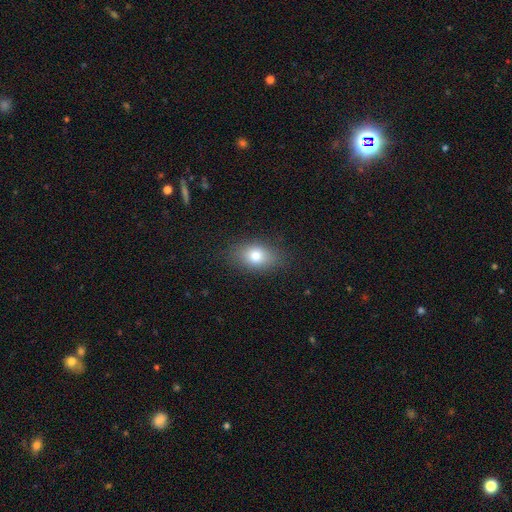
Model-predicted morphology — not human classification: Smooth or featured?
  - smooth: 79% *
  - featured or disk: 11%
  - star or artifact: 10%
How rounded?
  - in between: 78% *
  - round: 20%
  - cigar-shaped: 2%
Merging?
  - none: 84% *
  - minor disturbance: 12%
  - major disturbance: 4%
  - merger: 1%